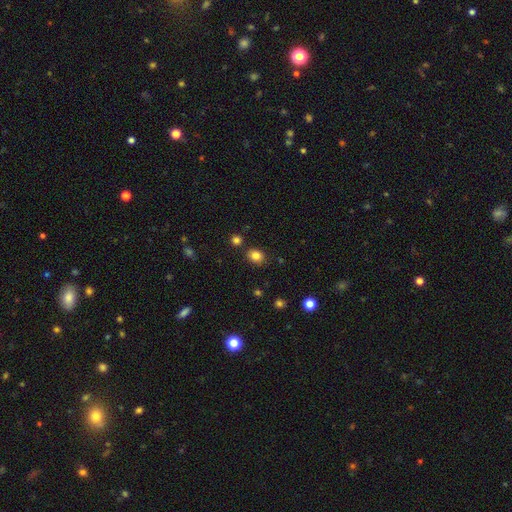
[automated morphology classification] smooth 84%, star or artifact 11%, featured or disk 5%. Down the decision tree: how rounded — round (50%); merging — none (83%).